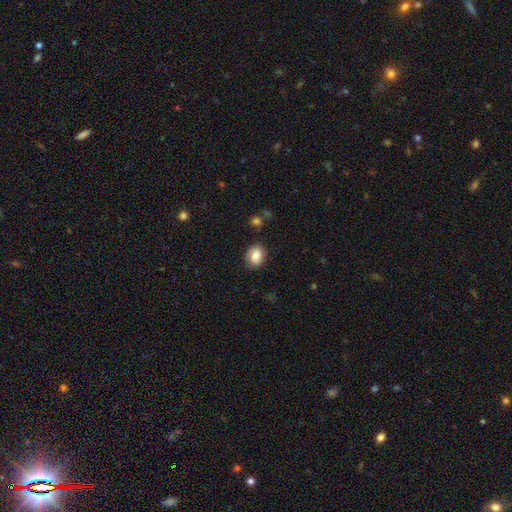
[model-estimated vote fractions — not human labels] smooth_or_featured: smooth (p=0.72) [alt: featured or disk p=0.20]
how_rounded: in between (p=0.54) [alt: round p=0.45]
merging: none (p=0.79) [alt: minor disturbance p=0.15]